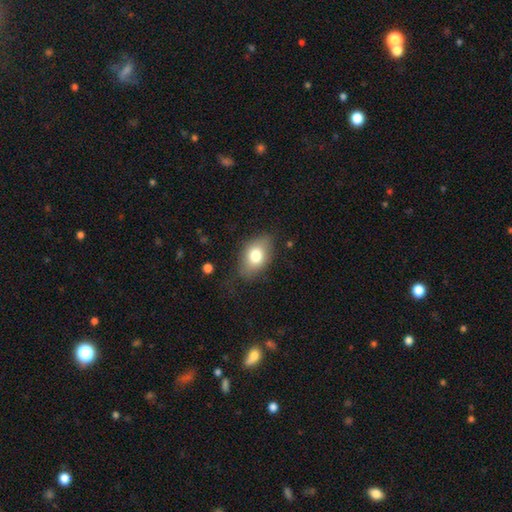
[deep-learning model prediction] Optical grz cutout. It shows a smooth galaxy with no disk features (76%) that is in between round and cigar-shaped (85%). Merging: none (73%).